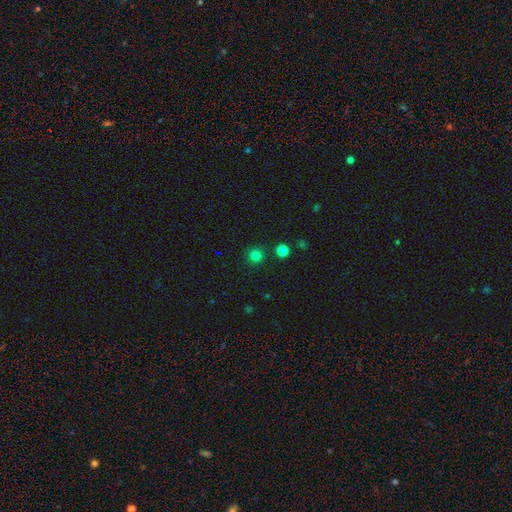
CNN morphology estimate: smooth_or_featured: smooth (p=0.79) [alt: star or artifact p=0.17]
how_rounded: round (p=0.94) [alt: in between p=0.05]
merging: none (p=0.89) [alt: minor disturbance p=0.05]